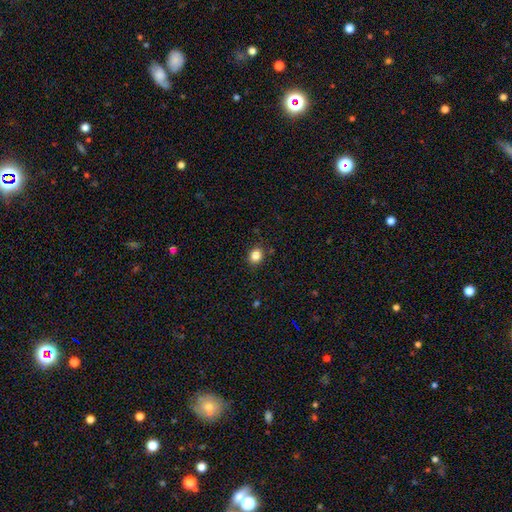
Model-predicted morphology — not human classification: This appears to be a smooth galaxy with no disk features (84%) that is round (66%). Merging: none (87%).